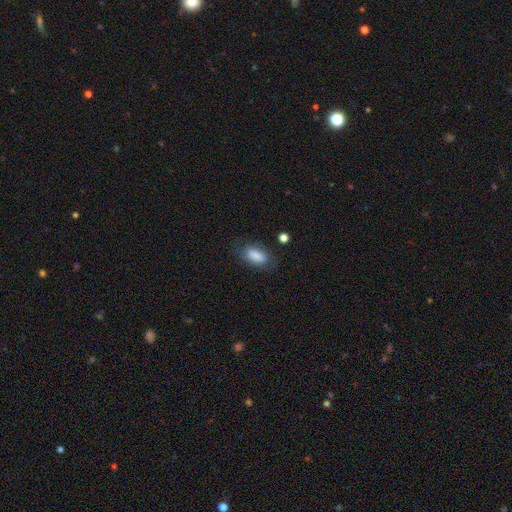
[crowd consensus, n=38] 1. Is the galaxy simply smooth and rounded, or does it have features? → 92% smooth, 5% featured or disk, 3% star or artifact.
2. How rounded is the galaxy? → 94% in between, 3% round, 3% cigar-shaped.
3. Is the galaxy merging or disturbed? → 84% none, 11% minor disturbance, 3% major disturbance, 3% merger.